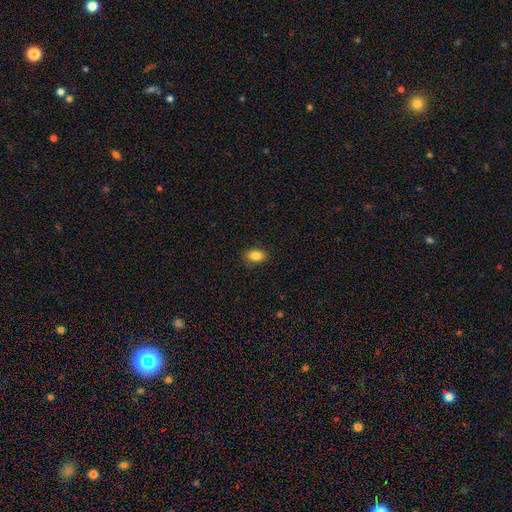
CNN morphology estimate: smooth 85%, star or artifact 9%, featured or disk 6%. Down the decision tree: how rounded — in between (83%); merging — none (86%).